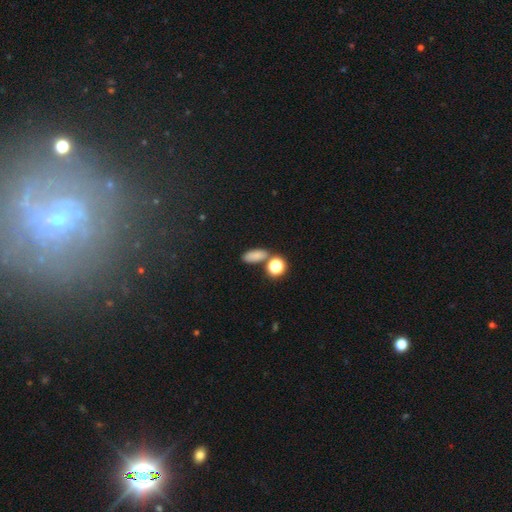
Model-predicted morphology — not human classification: Smooth or featured?
  - smooth: 77% *
  - star or artifact: 16%
  - featured or disk: 7%
How rounded?
  - in between: 71% *
  - round: 15%
  - cigar-shaped: 13%
Merging?
  - none: 71% *
  - merger: 13%
  - minor disturbance: 12%
  - major disturbance: 4%